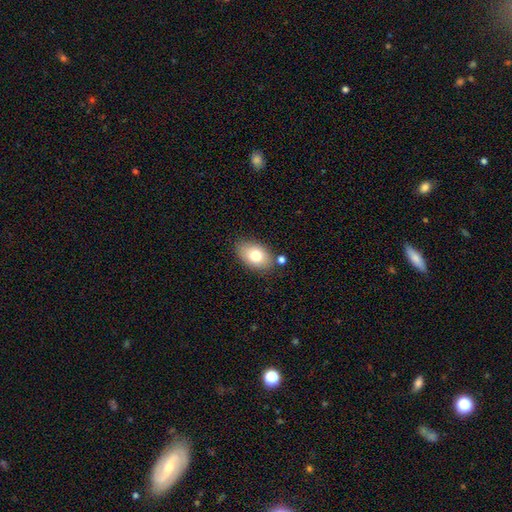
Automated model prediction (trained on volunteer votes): Smooth or featured: smooth — 77% (featured or disk — 15%)
How rounded: in between — 88% (round — 10%)
Merging: none — 78% (minor disturbance — 13%)